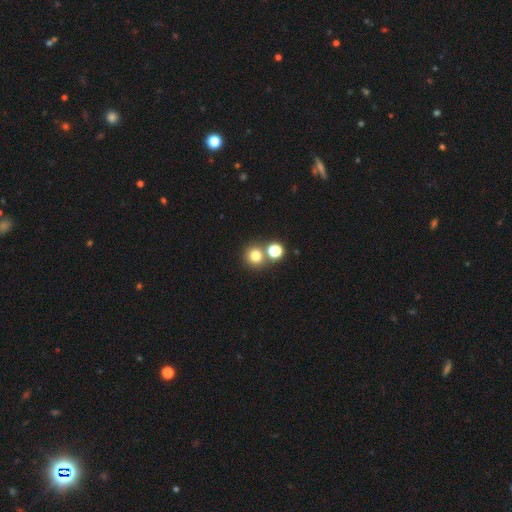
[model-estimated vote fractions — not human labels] smooth-or-featured: smooth: 76% | star or artifact: 16% | featured or disk: 8%
  how-rounded: round: 91% | in between: 8% | cigar-shaped: 1%
  merging: none: 67% | merger: 24% | minor disturbance: 7% | major disturbance: 3%